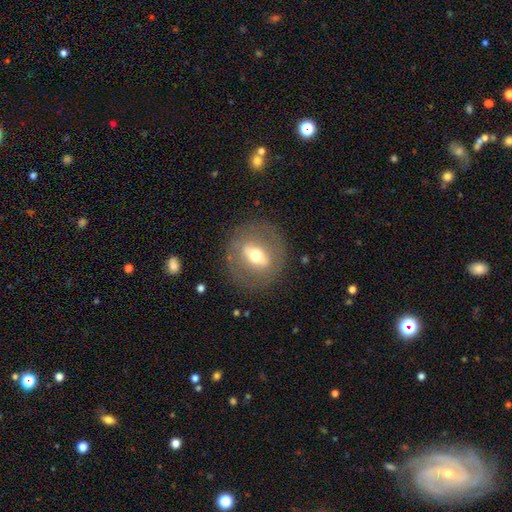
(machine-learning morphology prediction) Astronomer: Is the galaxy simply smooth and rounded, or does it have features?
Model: featured or disk — 57% (runner-up: smooth, 35%).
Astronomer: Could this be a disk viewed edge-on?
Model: no — 80%.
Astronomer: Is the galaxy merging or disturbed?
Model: none — 82%.